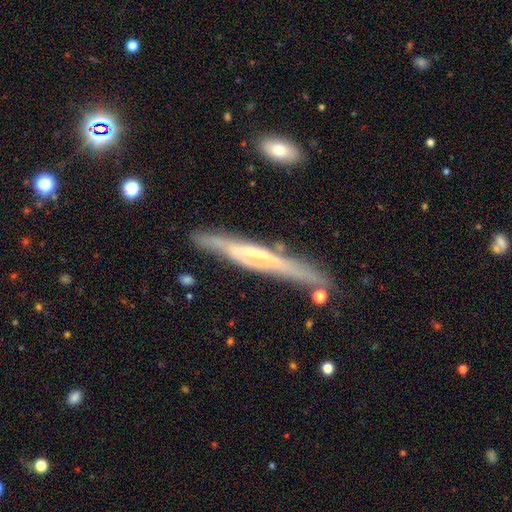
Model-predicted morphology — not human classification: smooth-or-featured: featured or disk: 72% | smooth: 22% | star or artifact: 6%
  disk-edge-on: yes: 89% | no: 11%
    edge-on-bulge: none: 48% | rounded: 29% | boxy: 23%
  merging: none: 79% | minor disturbance: 14% | major disturbance: 3% | merger: 3%